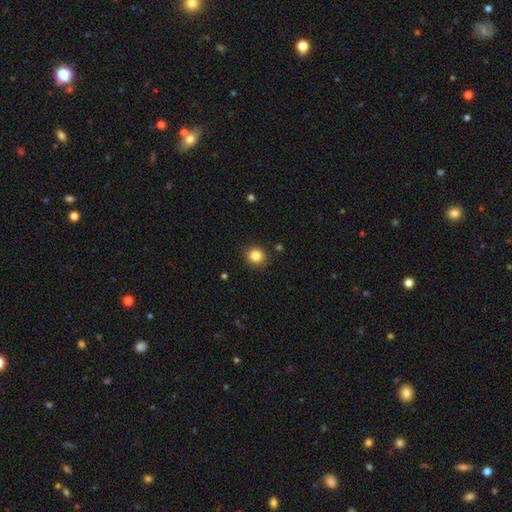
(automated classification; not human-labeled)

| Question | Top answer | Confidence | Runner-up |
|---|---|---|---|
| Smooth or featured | smooth | 84% | star or artifact (11%) |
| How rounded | round | 90% | in between (9%) |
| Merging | none | 91% | minor disturbance (6%) |